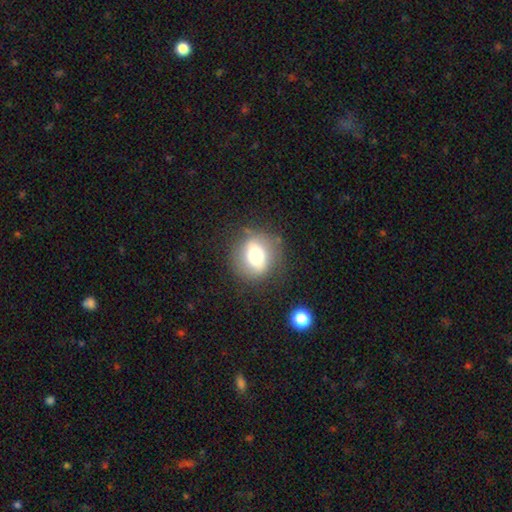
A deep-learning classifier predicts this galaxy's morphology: type=smooth (61%); roundness=round (78%); merging=none (77%).